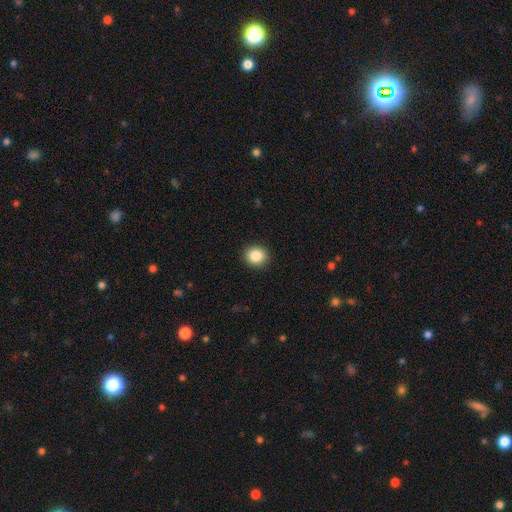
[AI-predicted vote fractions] smooth-or-featured: smooth: 86% | star or artifact: 9% | featured or disk: 5%
  how-rounded: round: 83% | in between: 16% | cigar-shaped: 1%
  merging: none: 92% | minor disturbance: 6% | major disturbance: 2% | merger: 1%